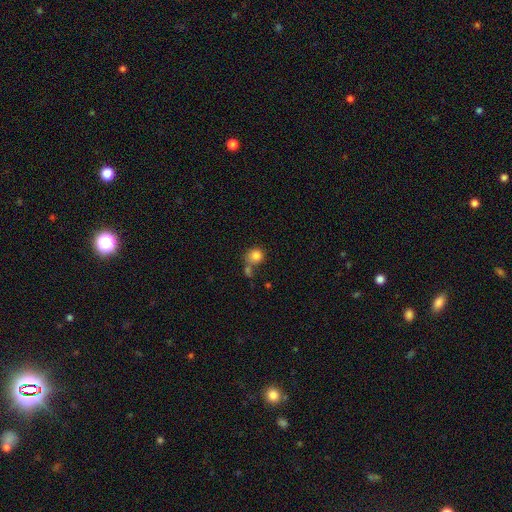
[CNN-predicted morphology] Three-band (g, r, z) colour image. It shows a smooth galaxy with no disk features (84%) that is round (84%). Merging: none (48%).